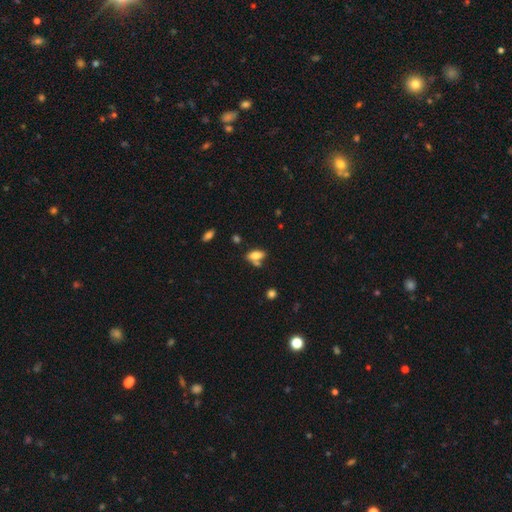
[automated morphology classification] A smooth galaxy with no disk features (74%) that is in between round and cigar-shaped (85%).

Vote fractions:
- Smooth or featured? smooth: 74% / featured or disk: 17% / star or artifact: 9%
- How rounded? in between: 85% / cigar-shaped: 10% / round: 5%
- Merging? none: 53% / merger: 23% / minor disturbance: 17% / major disturbance: 7%